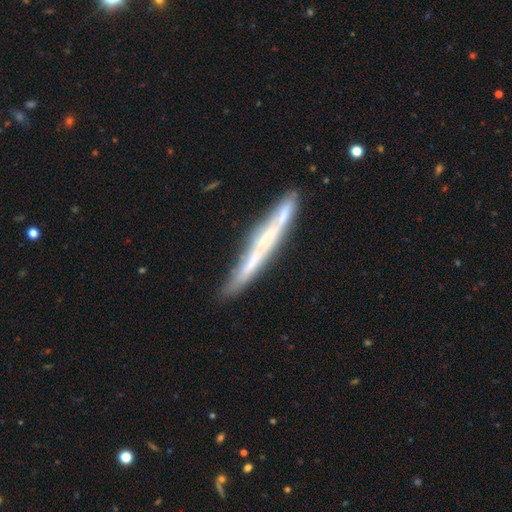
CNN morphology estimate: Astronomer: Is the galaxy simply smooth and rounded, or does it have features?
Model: featured or disk — 51% (runner-up: smooth, 41%).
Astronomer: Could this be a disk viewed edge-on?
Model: yes — 90%.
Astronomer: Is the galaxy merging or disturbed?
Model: none — 77%.